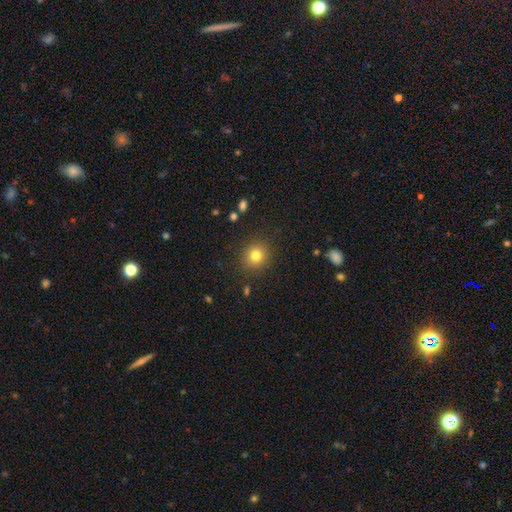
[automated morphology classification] This is likely a smooth galaxy (80%). How rounded: clearly round (85%). Merging: clearly none (88%).